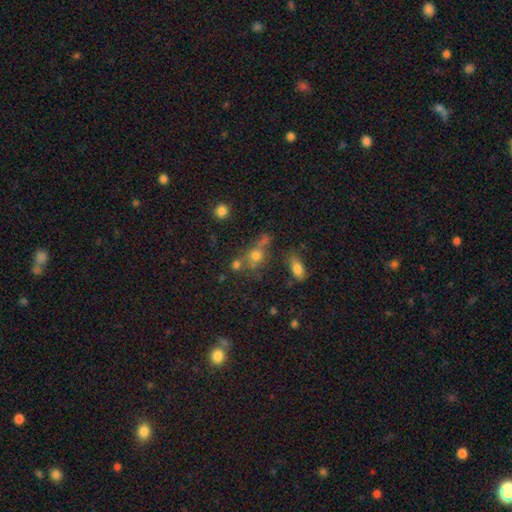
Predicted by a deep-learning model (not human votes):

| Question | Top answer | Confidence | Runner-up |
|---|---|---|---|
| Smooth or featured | smooth | 63% | star or artifact (20%) |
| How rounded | round | 73% | in between (23%) |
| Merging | none | 47% | merger (33%) |